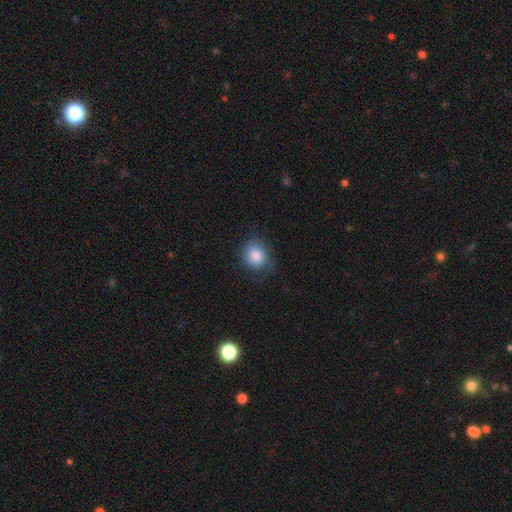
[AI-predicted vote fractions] Smooth or featured? smooth (85%)
How rounded? round (68%)
Merging? none (71%)